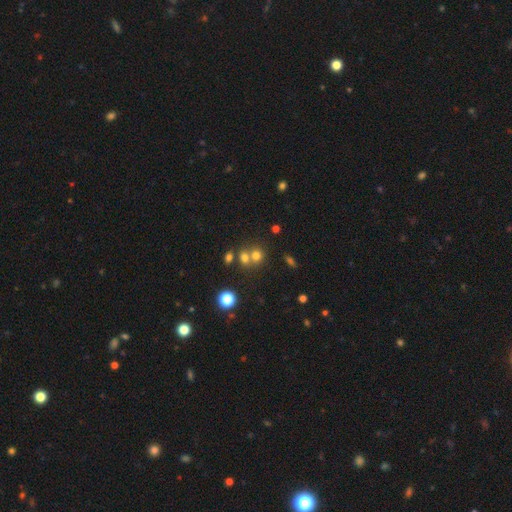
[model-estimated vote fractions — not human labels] Smooth or featured? Predicted: smooth (p=0.69). How rounded? Predicted: round (p=0.77). Merging? Predicted: none (p=0.45).